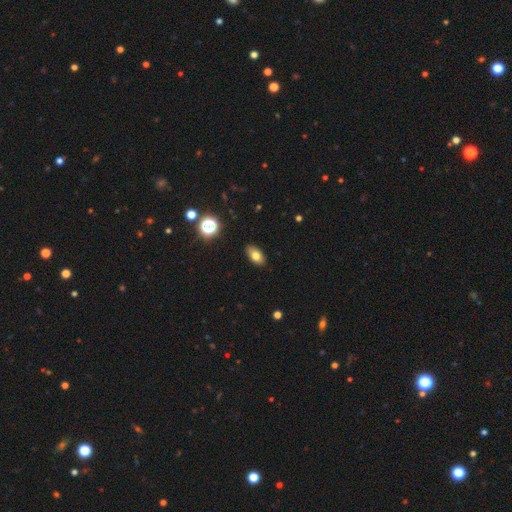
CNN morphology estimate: Q: Smooth or featured?
A: smooth (77%); runner-up: featured or disk (12%)
Q: How rounded?
A: in between (90%); runner-up: round (7%)
Q: Merging?
A: none (88%); runner-up: minor disturbance (9%)